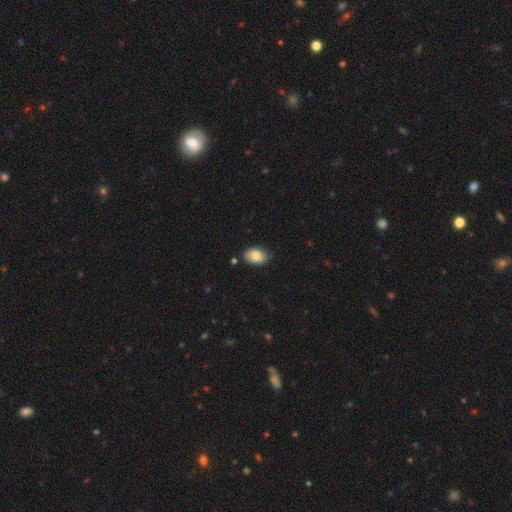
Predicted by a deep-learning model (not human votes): A smooth galaxy with no disk features (82%) that is in between round and cigar-shaped (90%).

Vote fractions:
- Smooth or featured? smooth: 82% / featured or disk: 11% / star or artifact: 7%
- How rounded? in between: 90% / round: 9% / cigar-shaped: 1%
- Merging? none: 82% / minor disturbance: 13% / merger: 2% / major disturbance: 2%